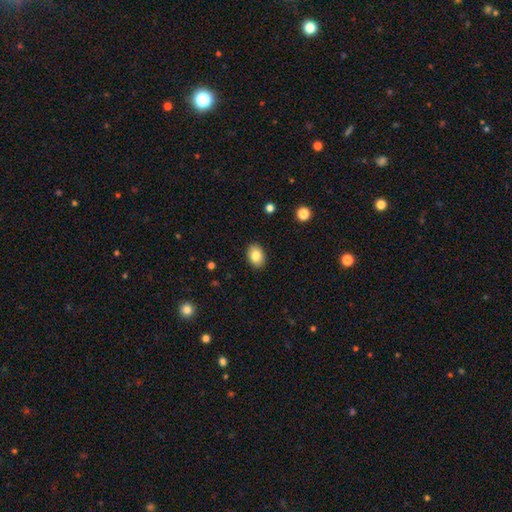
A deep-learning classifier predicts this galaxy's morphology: Q: Smooth or featured?
A: smooth (84%); runner-up: star or artifact (8%)
Q: How rounded?
A: in between (75%); runner-up: round (24%)
Q: Merging?
A: none (89%); runner-up: minor disturbance (8%)